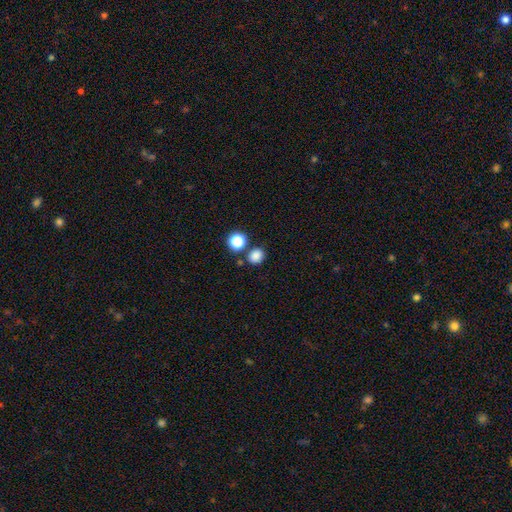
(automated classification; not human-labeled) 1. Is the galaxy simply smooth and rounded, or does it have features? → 83% smooth, 13% star or artifact, 4% featured or disk.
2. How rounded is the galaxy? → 71% round, 28% in between, 1% cigar-shaped.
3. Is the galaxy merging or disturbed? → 74% none, 14% merger, 9% minor disturbance, 3% major disturbance.